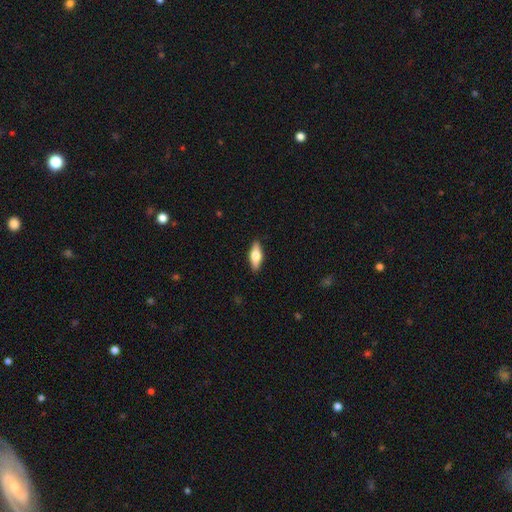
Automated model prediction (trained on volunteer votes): Morphology: type=smooth (57%); roundness=in between (64%); merging=none (89%).